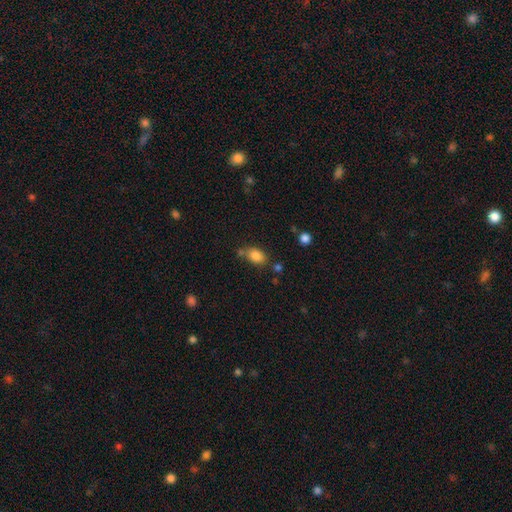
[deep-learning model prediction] Overall: smooth (84%). How rounded: in between (82%). Merging: none (63%).